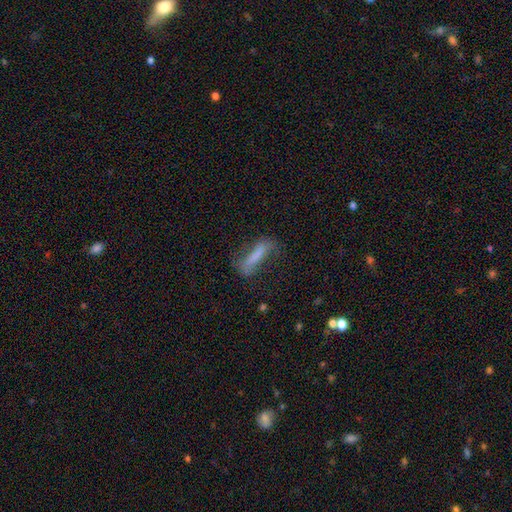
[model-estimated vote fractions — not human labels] smooth 57%, featured or disk 33%, star or artifact 10%. Down the decision tree: how rounded — cigar-shaped (79%); merging — none (54%).